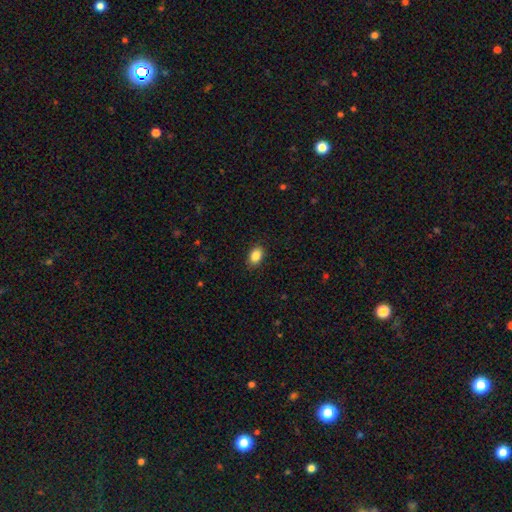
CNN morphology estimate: The model was most divided on "how rounded": in between: 83%, round: 16%, cigar-shaped: 1%. More confident: merging — none (89%); smooth or featured — smooth (87%).